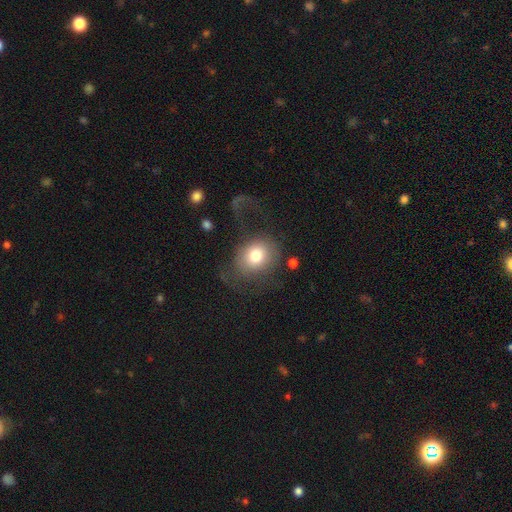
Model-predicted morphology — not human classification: Overall: smooth (69%). How rounded: round (62%; in between 37%). Merging: none (45%; major disturbance 38%).